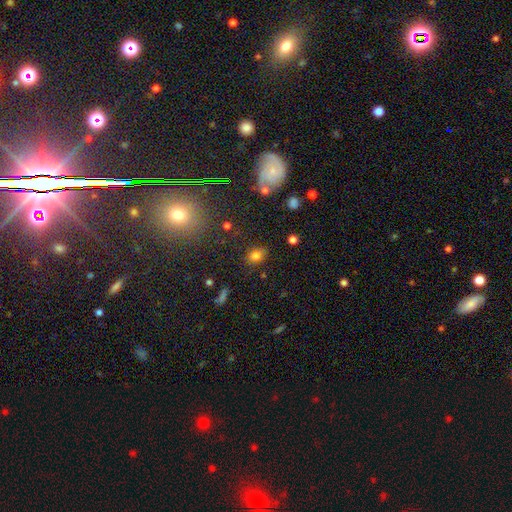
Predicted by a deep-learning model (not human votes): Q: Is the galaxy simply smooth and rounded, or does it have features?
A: smooth — 78%.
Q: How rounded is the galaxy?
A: in between — 61%.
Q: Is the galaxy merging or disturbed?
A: none — 78%.